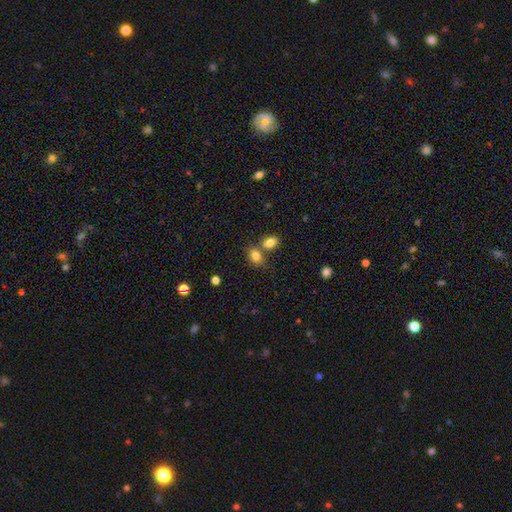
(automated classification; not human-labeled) Smooth or featured? smooth (81%)
How rounded? in between (68%)
Merging? none (47%)